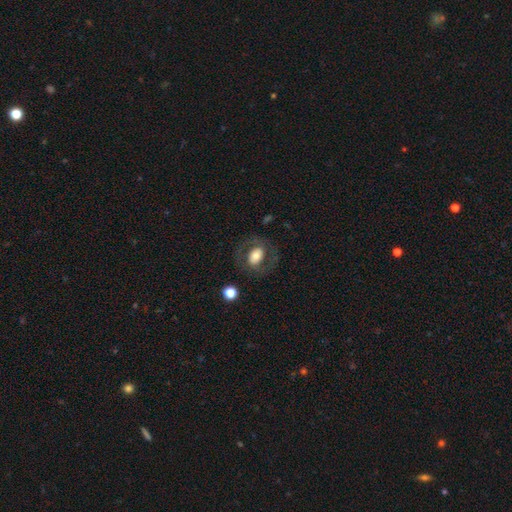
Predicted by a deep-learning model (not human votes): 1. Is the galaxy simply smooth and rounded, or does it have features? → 55% smooth, 37% featured or disk, 8% star or artifact.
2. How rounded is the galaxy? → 66% in between, 32% round, 1% cigar-shaped.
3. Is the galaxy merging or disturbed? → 72% none, 13% minor disturbance, 13% major disturbance, 2% merger.